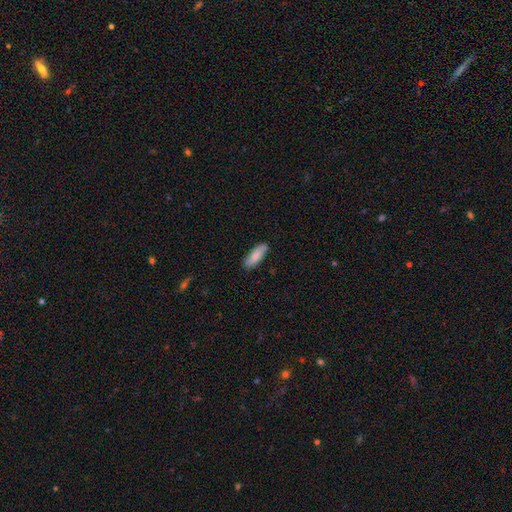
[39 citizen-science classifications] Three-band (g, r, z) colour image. It shows a smooth galaxy with no disk features (87%) that is in between round and cigar-shaped (53%). Merging: none (92%).